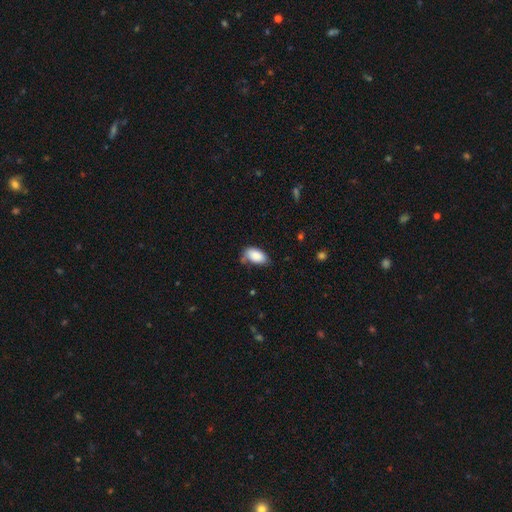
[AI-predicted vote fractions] Smooth or featured? Predicted: smooth (p=0.88). How rounded? Predicted: in between (p=0.94). Merging? Predicted: none (p=0.66).